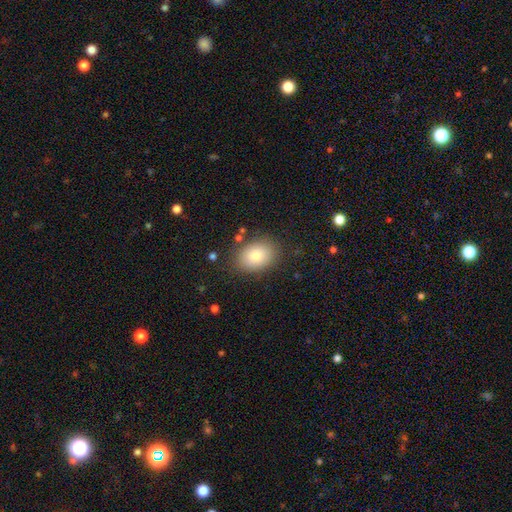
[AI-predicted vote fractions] Morphology: type=smooth (79%); roundness=in between (70%); merging=none (83%).